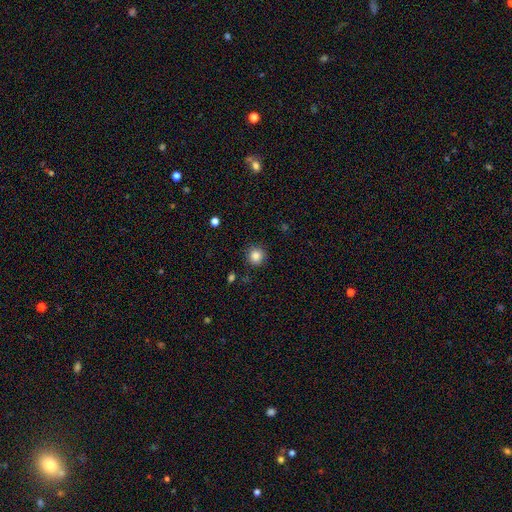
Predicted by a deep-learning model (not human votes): The model was most divided on "smooth or featured": smooth: 84%, star or artifact: 10%, featured or disk: 5%. More confident: how rounded — round (94%); merging — none (89%).